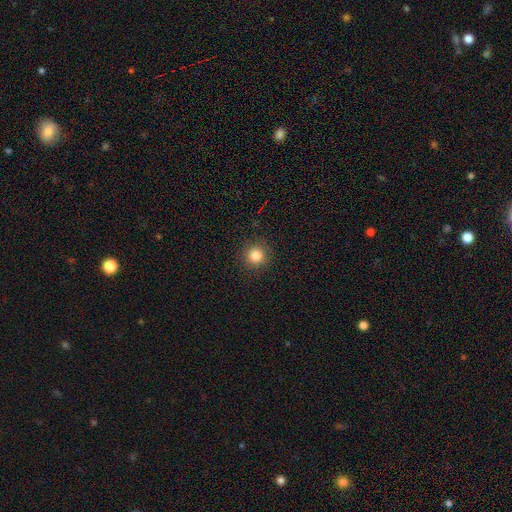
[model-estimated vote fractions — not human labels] Smooth or featured: smooth — 84% (star or artifact — 12%)
How rounded: round — 95% (in between — 4%)
Merging: none — 91% (minor disturbance — 6%)